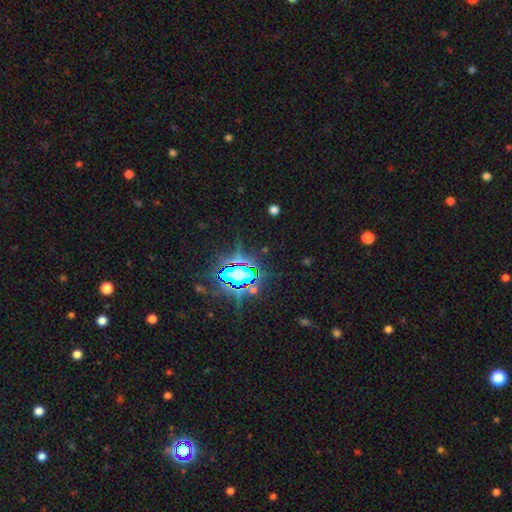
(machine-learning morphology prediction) type=star or artifact (83%).